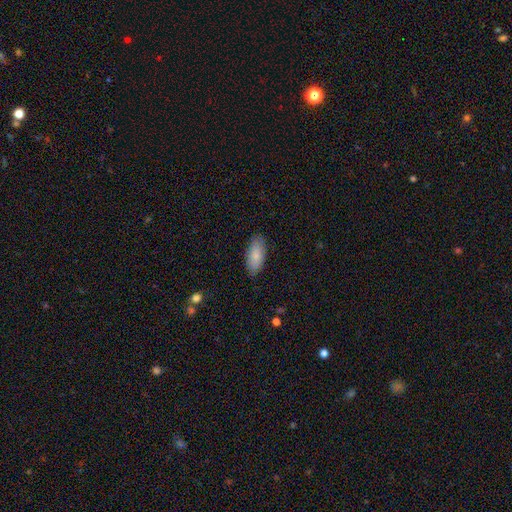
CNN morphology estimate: Smooth or featured? smooth (85%)
How rounded? in between (89%)
Merging? none (86%)